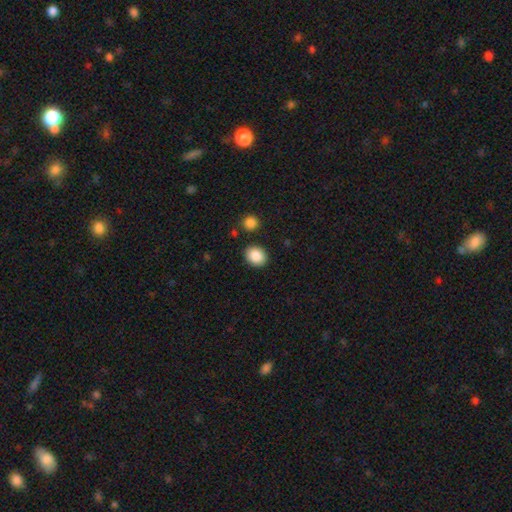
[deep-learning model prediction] smooth_or_featured: smooth (p=0.88) [alt: star or artifact p=0.08]
how_rounded: round (p=0.52) [alt: in between p=0.47]
merging: none (p=0.86) [alt: minor disturbance p=0.08]